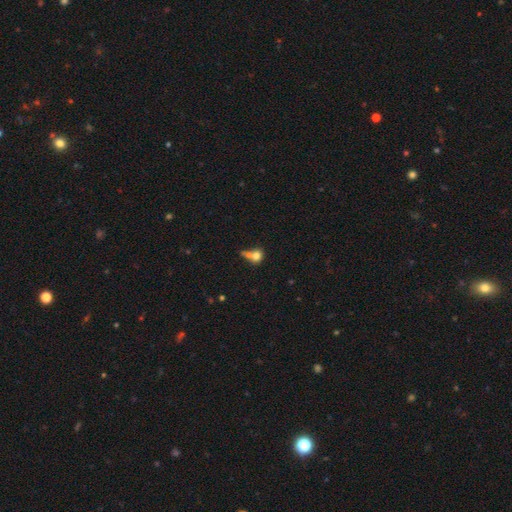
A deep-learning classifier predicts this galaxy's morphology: A smooth galaxy with no disk features (73%) that is round (69%). Merging: merger (42%).